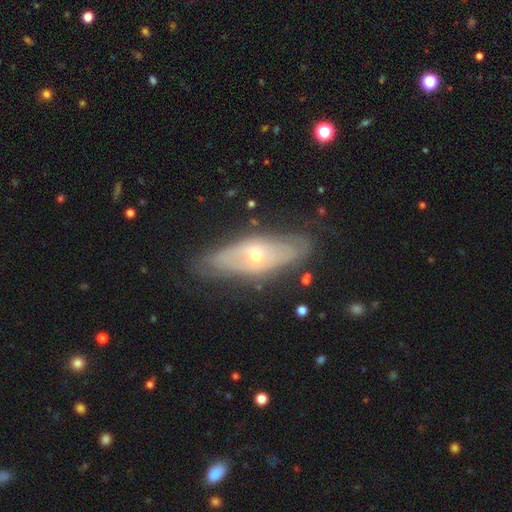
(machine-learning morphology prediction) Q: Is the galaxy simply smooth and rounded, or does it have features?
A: featured or disk — 67%.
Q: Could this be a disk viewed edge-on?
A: no — 71%.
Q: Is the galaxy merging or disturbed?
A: none — 75%.